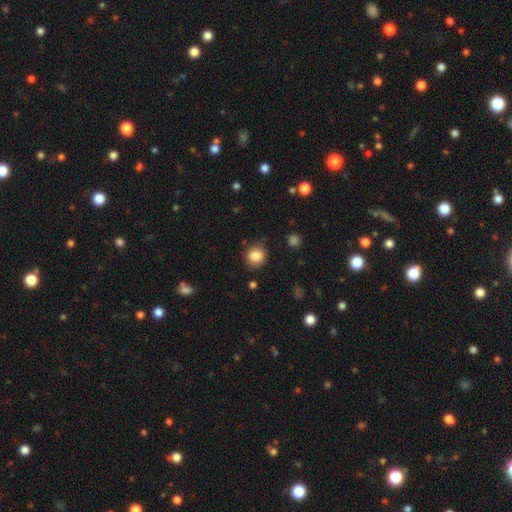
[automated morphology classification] type=smooth (84%); roundness=round (77%); merging=none (77%).